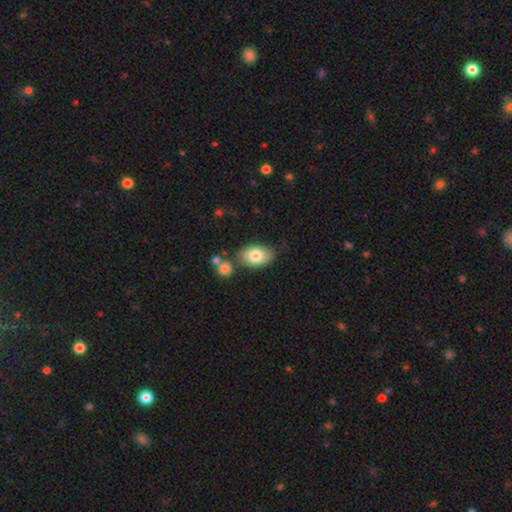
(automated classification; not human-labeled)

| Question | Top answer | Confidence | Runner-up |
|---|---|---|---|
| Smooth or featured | smooth | 79% | featured or disk (14%) |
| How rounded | in between | 88% | round (11%) |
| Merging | none | 72% | minor disturbance (14%) |